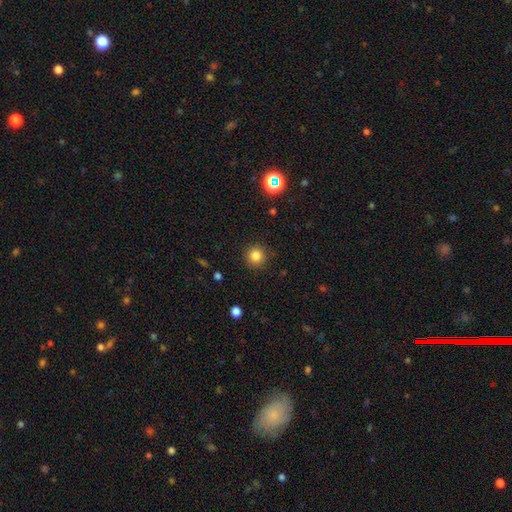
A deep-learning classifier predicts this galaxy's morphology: A smooth galaxy with no disk features (82%) that is round (93%). Merging: none (90%).